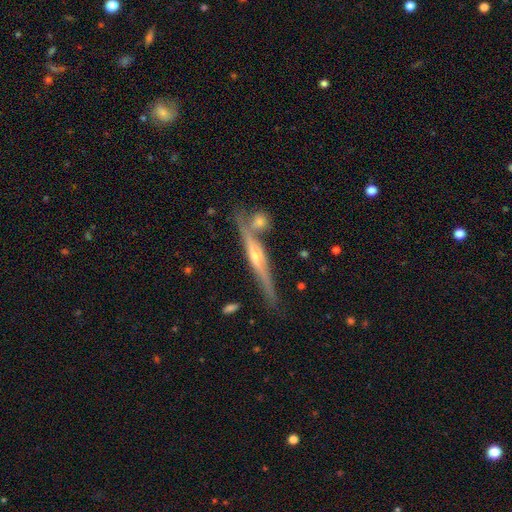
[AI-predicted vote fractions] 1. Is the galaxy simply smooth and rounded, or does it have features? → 80% featured or disk, 14% smooth, 6% star or artifact.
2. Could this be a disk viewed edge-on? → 97% yes, 3% no.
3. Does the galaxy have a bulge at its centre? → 83% rounded, 11% none, 6% boxy.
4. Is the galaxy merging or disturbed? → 77% none, 11% merger, 10% minor disturbance, 2% major disturbance.